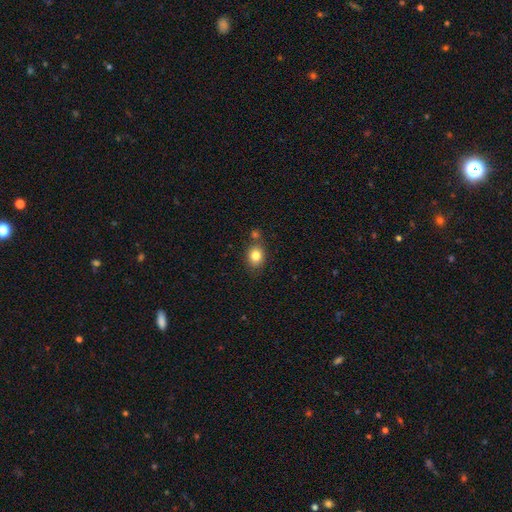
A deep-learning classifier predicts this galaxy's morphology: smooth 82%, star or artifact 10%, featured or disk 8%. Down the decision tree: how rounded — round (56%); merging — none (71%).